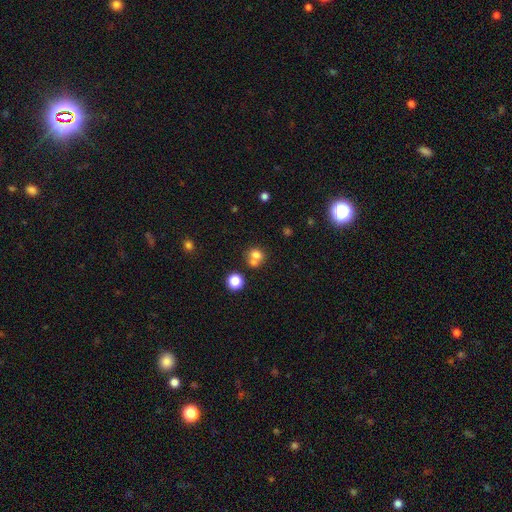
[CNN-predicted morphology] Smooth or featured? Predicted: smooth (p=0.74). How rounded? Predicted: round (p=0.78). Merging? Predicted: merger (p=0.46).